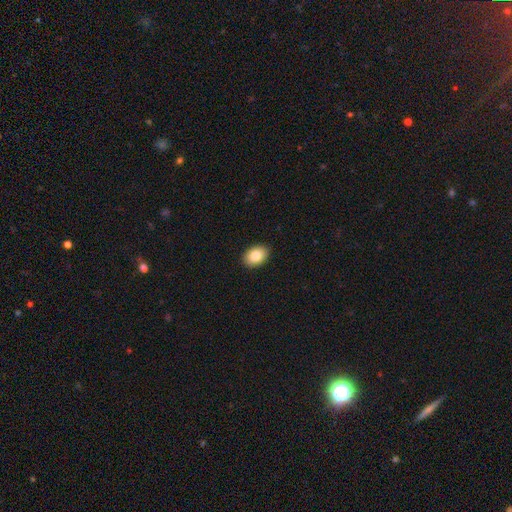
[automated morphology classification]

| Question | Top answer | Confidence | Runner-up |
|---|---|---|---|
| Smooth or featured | smooth | 84% | featured or disk (8%) |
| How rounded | in between | 80% | round (19%) |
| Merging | none | 91% | minor disturbance (7%) |